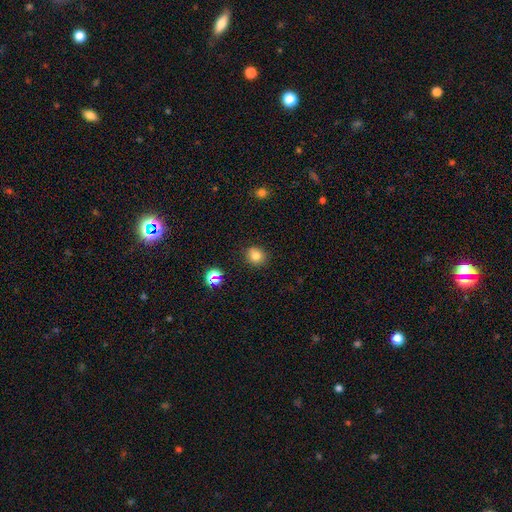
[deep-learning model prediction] Smooth or featured: smooth — 77% (star or artifact — 15%)
How rounded: round — 82% (in between — 17%)
Merging: none — 87% (minor disturbance — 9%)